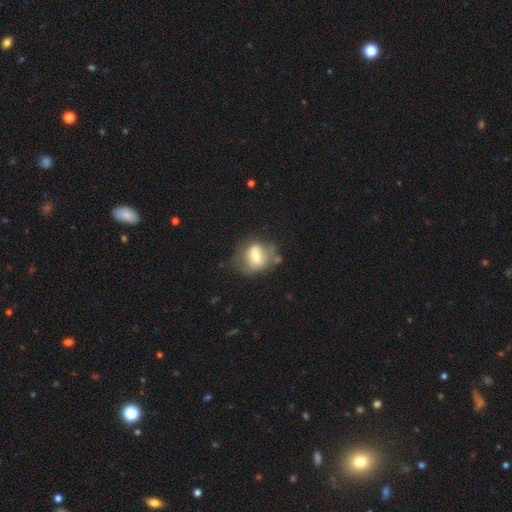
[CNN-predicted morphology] smooth 57%, featured or disk 35%, star or artifact 8%. Down the decision tree: how rounded — in between (54%); merging — none (49%).